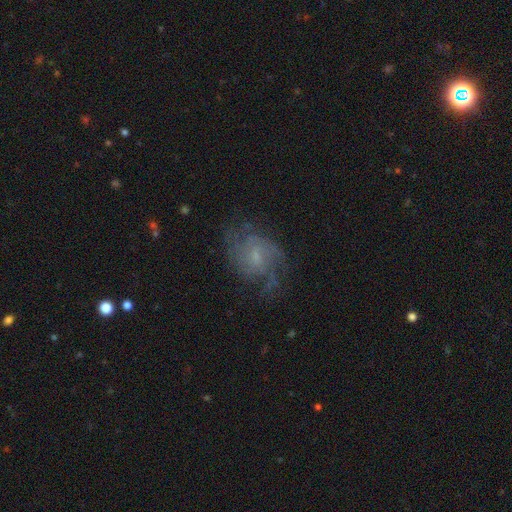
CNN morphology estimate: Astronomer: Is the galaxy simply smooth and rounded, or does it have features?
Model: featured or disk — 73%.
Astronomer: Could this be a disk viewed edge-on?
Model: no — 97%.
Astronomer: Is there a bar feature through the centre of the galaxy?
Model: no — 60% (runner-up: weak, 36%).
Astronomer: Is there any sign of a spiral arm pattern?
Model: yes — 89%.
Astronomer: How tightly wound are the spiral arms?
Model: medium — 45% (runner-up: tight, 32%).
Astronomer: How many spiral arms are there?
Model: can't tell — 36% (runner-up: 2, 23%).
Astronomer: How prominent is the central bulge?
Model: small — 58%.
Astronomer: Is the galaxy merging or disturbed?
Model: none — 63%.